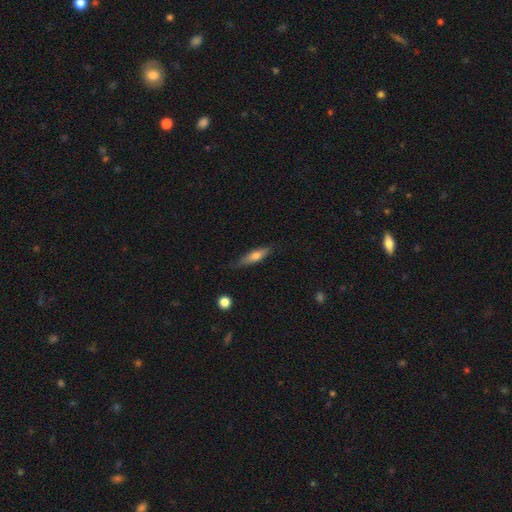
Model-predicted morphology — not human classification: Smooth or featured?
  - smooth: 60% *
  - featured or disk: 34%
  - star or artifact: 7%
How rounded?
  - cigar-shaped: 69% *
  - in between: 28%
  - round: 2%
Merging?
  - none: 77% *
  - minor disturbance: 18%
  - major disturbance: 3%
  - merger: 1%